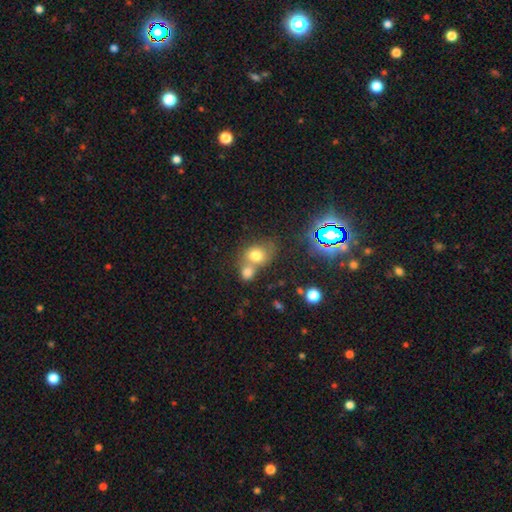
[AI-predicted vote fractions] Smooth or featured? Predicted: smooth (p=0.72). How rounded? Predicted: round (p=0.64). Merging? Predicted: merger (p=0.50).